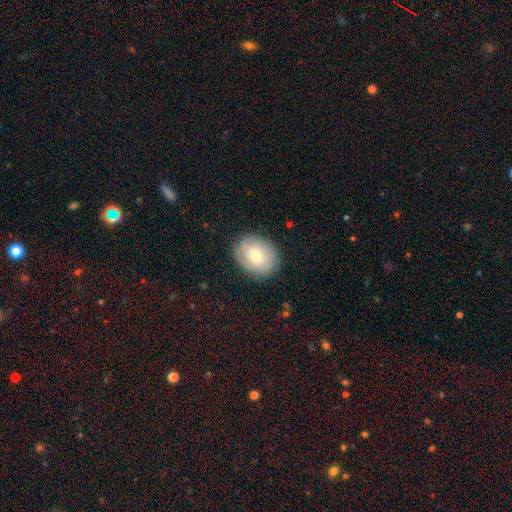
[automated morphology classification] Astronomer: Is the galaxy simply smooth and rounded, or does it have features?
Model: smooth — 59%.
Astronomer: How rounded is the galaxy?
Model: in between — 56% (runner-up: round, 44%).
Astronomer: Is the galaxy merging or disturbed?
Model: none — 85%.